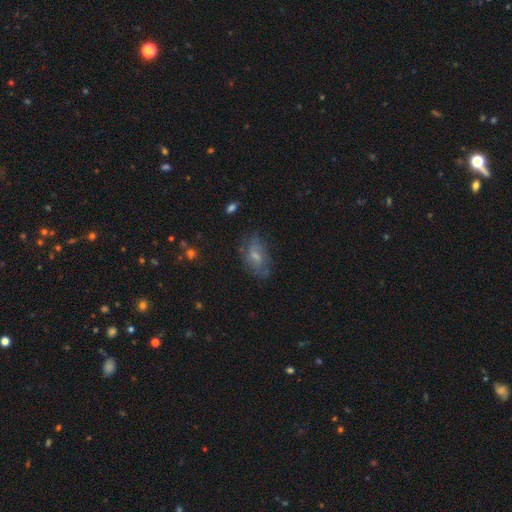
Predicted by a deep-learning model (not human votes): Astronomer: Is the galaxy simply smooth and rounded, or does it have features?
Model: featured or disk — 46% (runner-up: smooth, 43%).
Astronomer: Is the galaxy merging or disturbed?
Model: none — 63%.